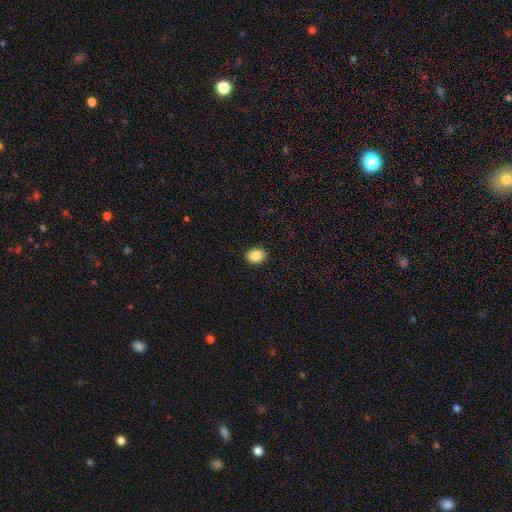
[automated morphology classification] smooth 88%, star or artifact 9%, featured or disk 3%. Down the decision tree: how rounded — round (57%); merging — none (91%).